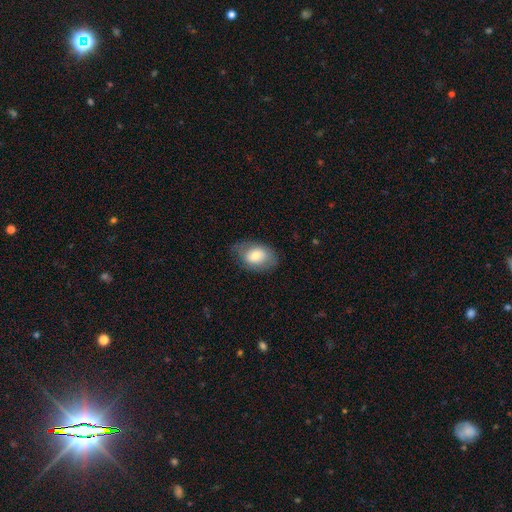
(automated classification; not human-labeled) smooth 71%, featured or disk 22%, star or artifact 7%. Down the decision tree: how rounded — in between (83%); merging — none (71%).